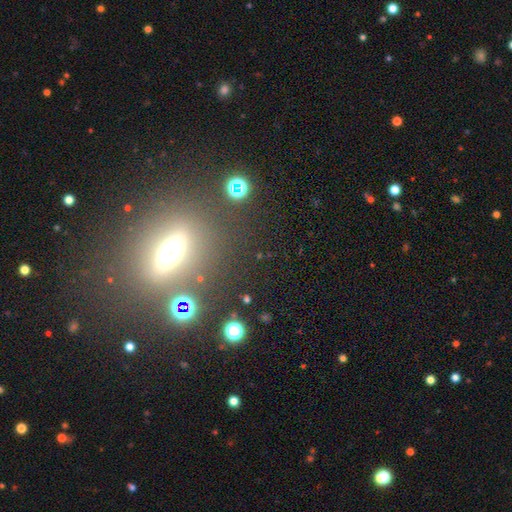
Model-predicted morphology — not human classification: This appears to be a smooth galaxy with no disk features (35%). Merging: none (79%).